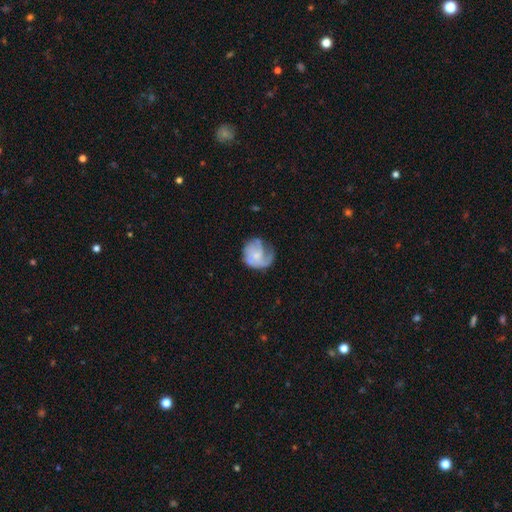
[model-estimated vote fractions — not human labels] Q: Smooth or featured?
A: featured or disk (63%); runner-up: smooth (30%)
Q: Edge-on disk?
A: no (98%); runner-up: yes (2%)
Q: Bar?
A: no (74%); runner-up: weak (23%)
Q: Spiral arms?
A: yes (85%); runner-up: no (15%)
Q: Spiral winding?
A: medium (40%); runner-up: tight (32%)
Q: Spiral arm count?
A: 3 (29%); runner-up: can't tell (26%)
Q: Bulge size?
A: small (44%); runner-up: none (27%)
Q: Merging?
A: none (50%); runner-up: minor disturbance (25%)